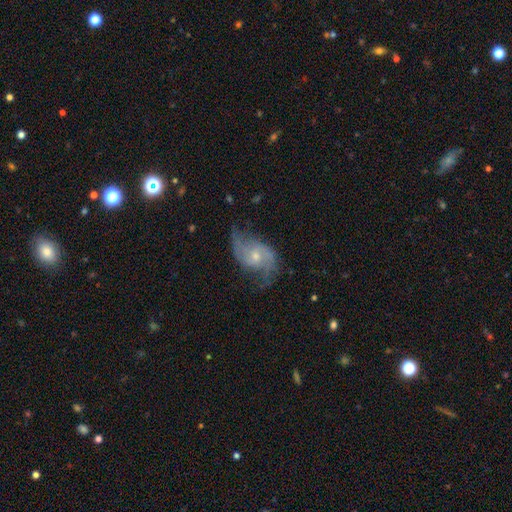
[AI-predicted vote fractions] Smooth or featured? Predicted: featured or disk (p=0.84). Edge-on disk? Predicted: no (p=0.97). Bar? Predicted: no (p=0.61). Spiral arms? Predicted: yes (p=0.94). Spiral winding? Predicted: loose (p=0.49). Spiral arm count? Predicted: 2 (p=0.88). Bulge size? Predicted: small (p=0.58). Merging? Predicted: none (p=0.64).